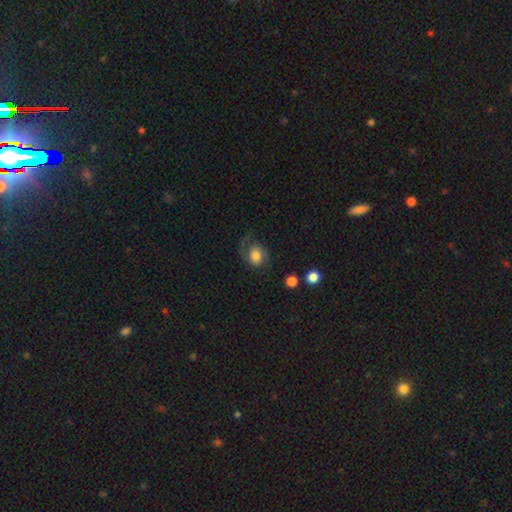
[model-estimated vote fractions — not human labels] A smooth galaxy with no disk features (55%) that is round (60%). Merging: none (48%).